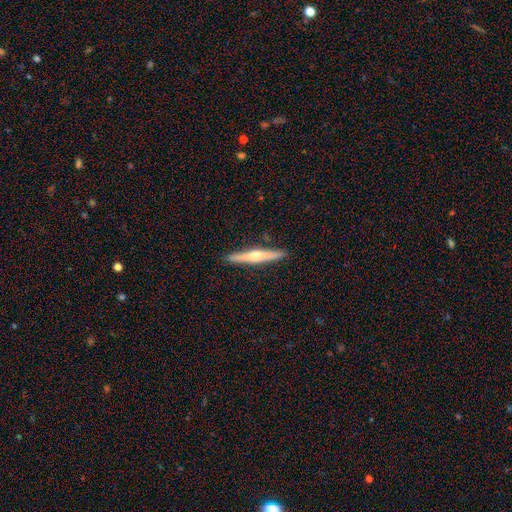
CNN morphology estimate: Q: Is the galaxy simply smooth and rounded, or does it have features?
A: featured or disk — 60%.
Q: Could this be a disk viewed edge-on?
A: yes — 97%.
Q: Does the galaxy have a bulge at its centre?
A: rounded — 81%.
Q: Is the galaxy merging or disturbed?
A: none — 91%.